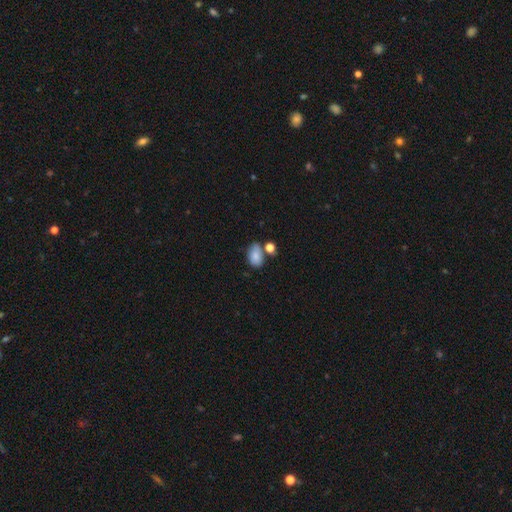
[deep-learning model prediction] smooth_or_featured: smooth (p=0.83) [alt: star or artifact p=0.09]
how_rounded: in between (p=0.86) [alt: round p=0.12]
merging: none (p=0.53) [alt: minor disturbance p=0.21]